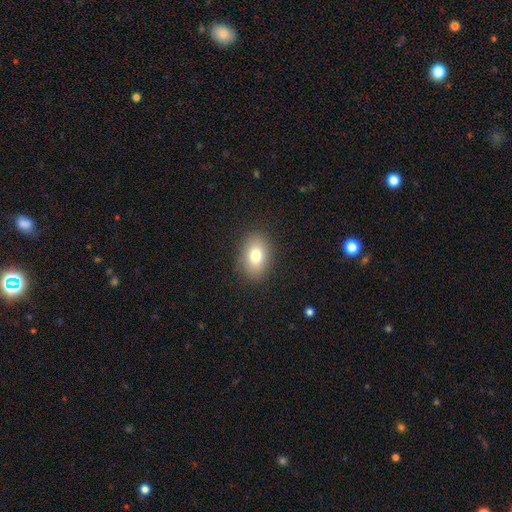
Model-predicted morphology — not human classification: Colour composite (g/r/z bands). It shows a smooth galaxy with no disk features (77%) that is in between round and cigar-shaped (78%). Merging: none (88%).